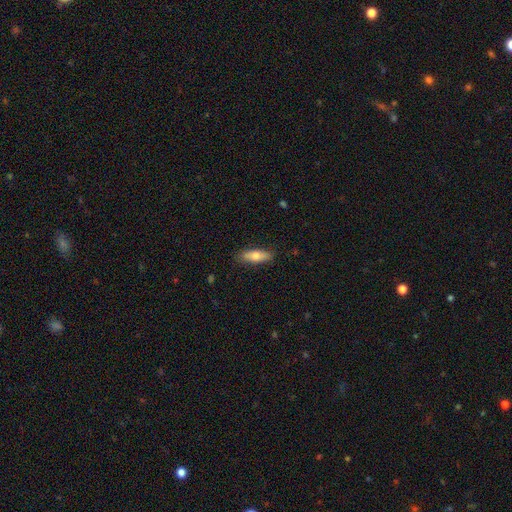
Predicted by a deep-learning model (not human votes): smooth_or_featured: smooth (p=0.69) [alt: featured or disk p=0.25]
how_rounded: in between (p=0.52) [alt: cigar-shaped p=0.46]
merging: none (p=0.85) [alt: minor disturbance p=0.12]